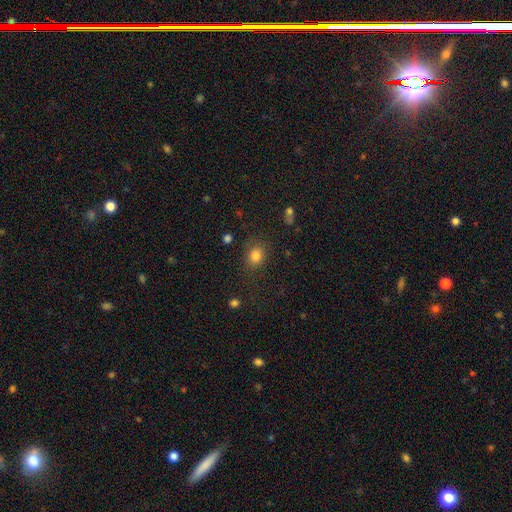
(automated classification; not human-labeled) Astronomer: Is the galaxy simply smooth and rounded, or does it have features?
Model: smooth — 81%.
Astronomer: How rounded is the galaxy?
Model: round — 59% (runner-up: in between, 40%).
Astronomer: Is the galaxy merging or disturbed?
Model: none — 77%.